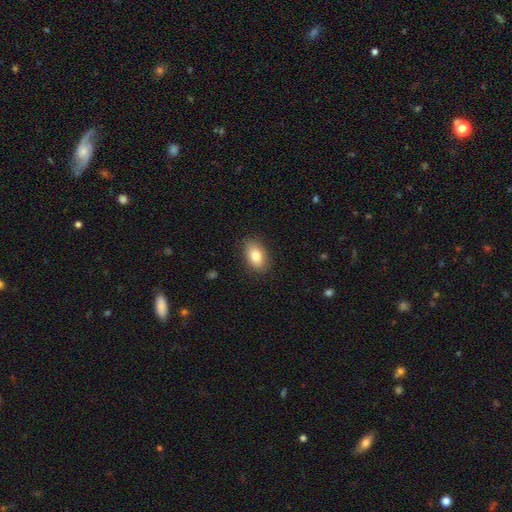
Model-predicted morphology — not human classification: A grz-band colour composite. It shows a smooth galaxy with no disk features (84%) that is in between round and cigar-shaped (90%). Merging: none (86%).